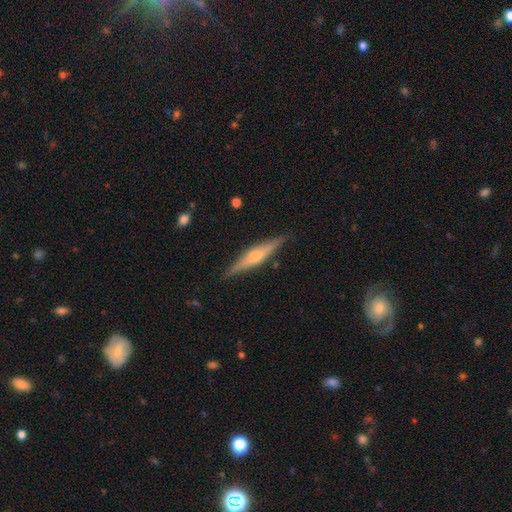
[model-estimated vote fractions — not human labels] Smooth or featured: featured or disk — 68% (smooth — 26%)
Edge-on disk: yes — 97% (no — 3%)
Edge-on bulge: rounded — 83% (boxy — 8%)
Merging: none — 89% (minor disturbance — 8%)